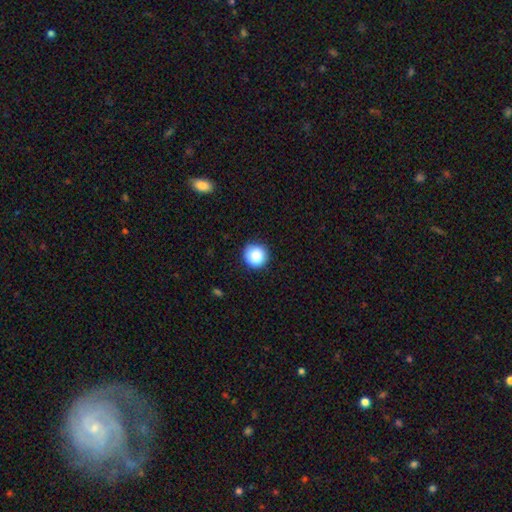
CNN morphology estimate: A smooth galaxy with no disk features (87%) that is round (94%).

Vote fractions:
- Smooth or featured? smooth: 87% / star or artifact: 9% / featured or disk: 4%
- How rounded? round: 94% / in between: 5% / cigar-shaped: 1%
- Merging? none: 89% / minor disturbance: 8% / major disturbance: 2% / merger: 1%